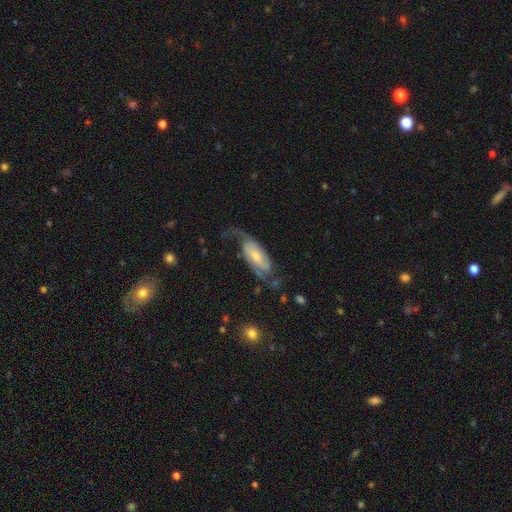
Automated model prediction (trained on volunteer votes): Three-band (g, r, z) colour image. It shows a featured or disk galaxy (76%) with no bar (48%), 2 (80%) loose (46%) spiral arms (94%) and a small central bulge (44%). Merging: none (50%).